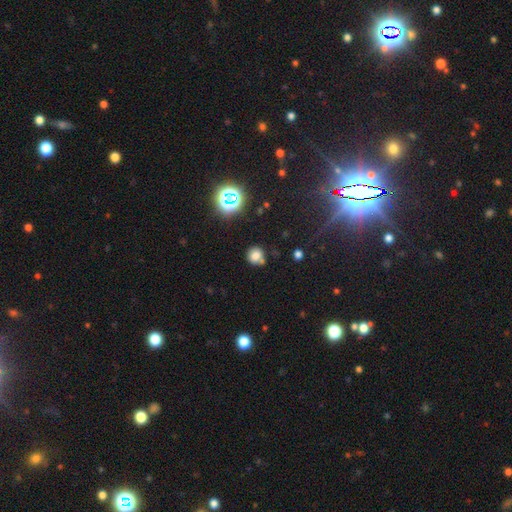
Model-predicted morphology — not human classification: Smooth or featured: smooth — 73% (star or artifact — 18%)
How rounded: round — 84% (in between — 15%)
Merging: none — 66% (merger — 17%)